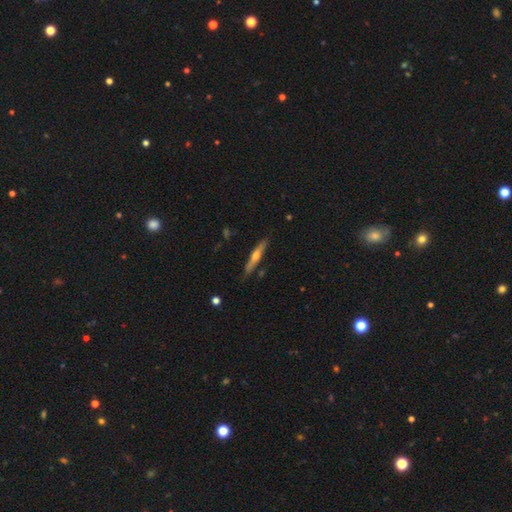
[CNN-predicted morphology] This appears to be a featured or disk galaxy (56%) viewed edge-on (94%) with a rounded central bulge (86%). Merging: none (85%).